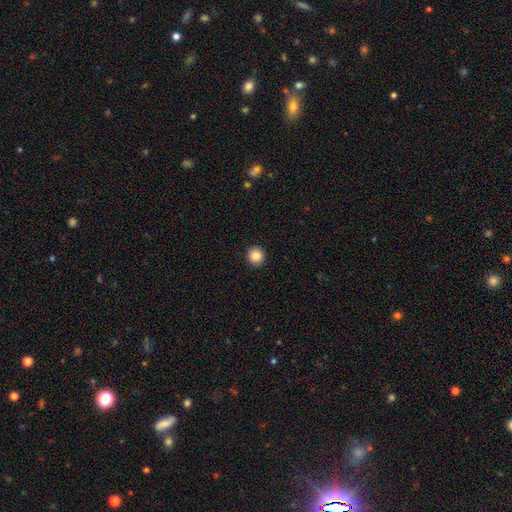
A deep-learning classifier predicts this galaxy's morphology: Smooth or featured? Predicted: smooth (p=0.88). How rounded? Predicted: round (p=0.94). Merging? Predicted: none (p=0.93).